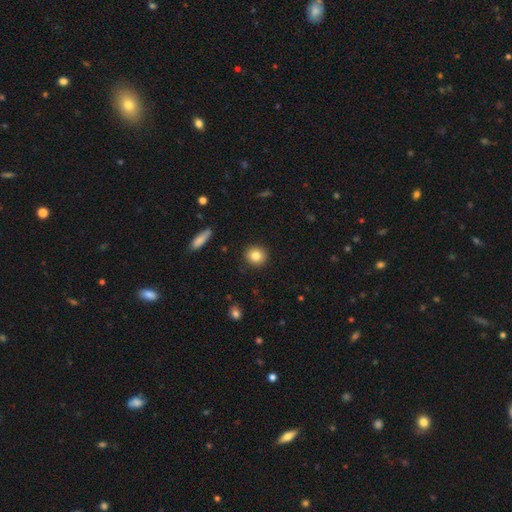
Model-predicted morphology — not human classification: Smooth or featured? smooth (83%)
How rounded? round (89%)
Merging? none (92%)